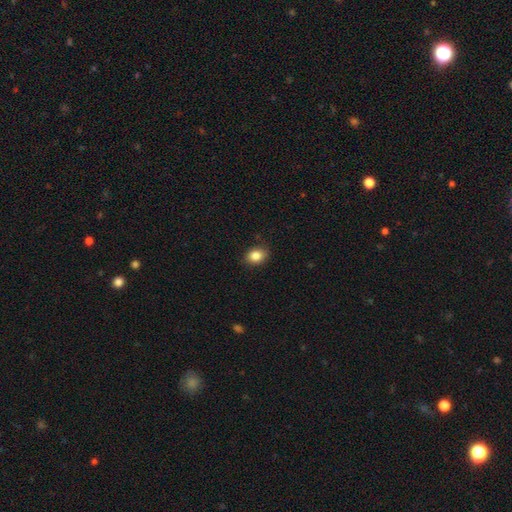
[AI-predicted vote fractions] smooth-or-featured: smooth: 86% | star or artifact: 9% | featured or disk: 5%
  how-rounded: in between: 61% | round: 38% | cigar-shaped: 1%
  merging: none: 86% | minor disturbance: 11% | major disturbance: 2% | merger: 1%